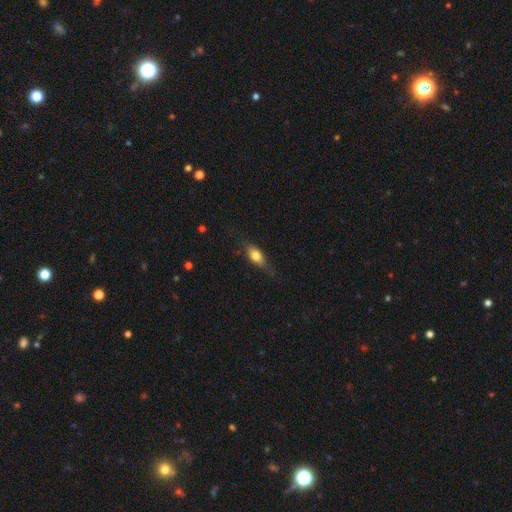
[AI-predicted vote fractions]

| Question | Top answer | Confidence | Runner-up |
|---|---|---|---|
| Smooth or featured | smooth | 70% | featured or disk (23%) |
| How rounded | in between | 74% | cigar-shaped (19%) |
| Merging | none | 71% | minor disturbance (21%) |